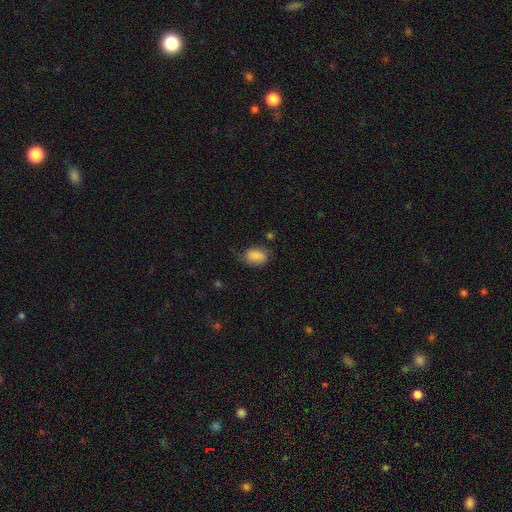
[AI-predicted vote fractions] smooth_or_featured: smooth (p=0.86) [alt: star or artifact p=0.08]
how_rounded: in between (p=0.87) [alt: round p=0.11]
merging: none (p=0.65) [alt: minor disturbance p=0.26]